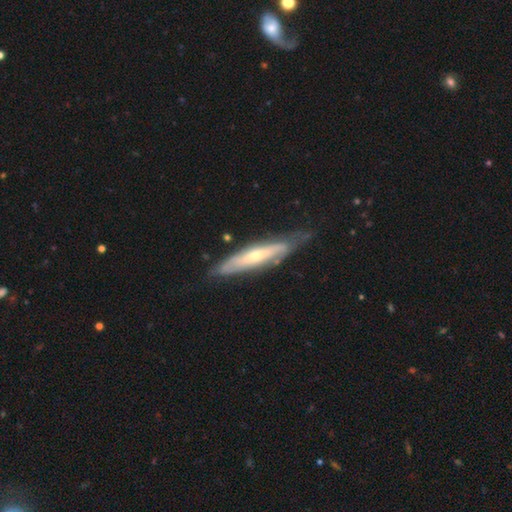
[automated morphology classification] type=featured or disk (63%); edge-on=yes (57%); merging=none (64%).